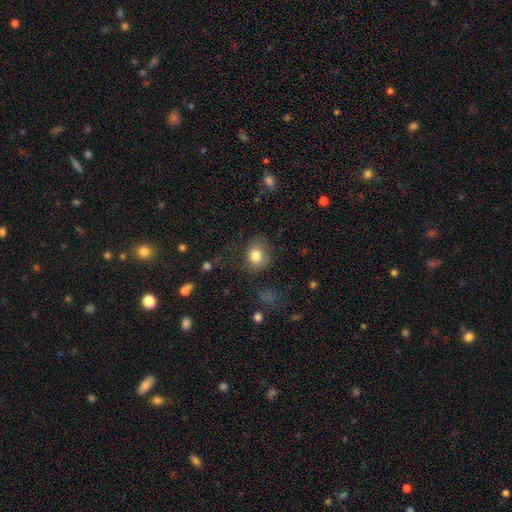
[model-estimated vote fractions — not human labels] smooth 82%, star or artifact 10%, featured or disk 9%. Down the decision tree: how rounded — round (69%); merging — none (64%).